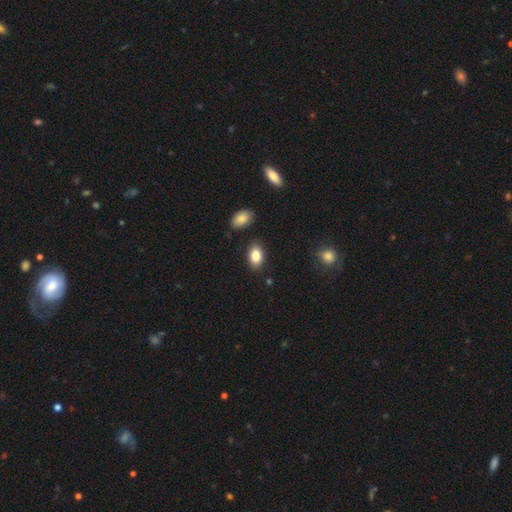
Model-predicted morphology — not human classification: smooth 86%, star or artifact 8%, featured or disk 7%. Down the decision tree: how rounded — in between (89%); merging — none (85%).